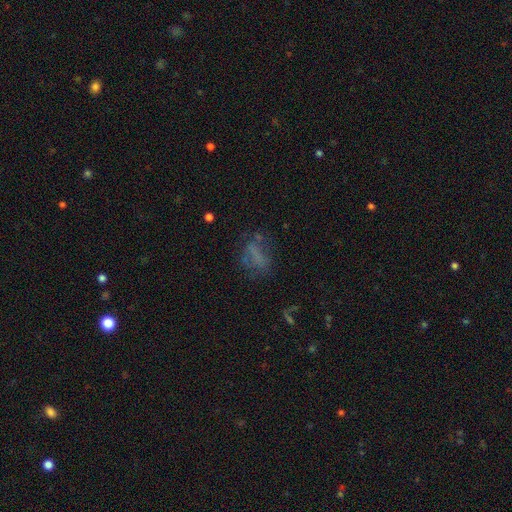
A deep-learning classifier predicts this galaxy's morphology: smooth_or_featured: smooth (p=0.48) [alt: featured or disk p=0.30]
merging: none (p=0.52) [alt: major disturbance p=0.24]